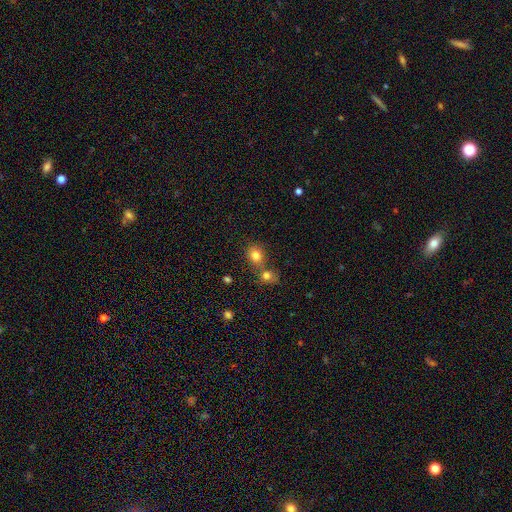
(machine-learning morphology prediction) smooth_or_featured: smooth (p=0.79) [alt: star or artifact p=0.13]
how_rounded: round (p=0.70) [alt: in between p=0.29]
merging: none (p=0.51) [alt: merger p=0.37]